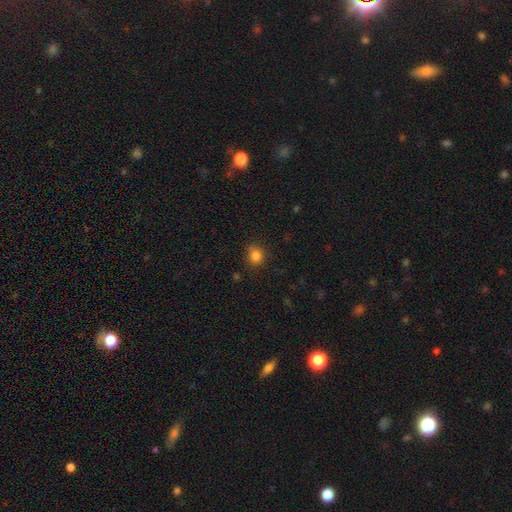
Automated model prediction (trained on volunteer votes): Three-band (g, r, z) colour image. It shows a smooth galaxy with no disk features (83%) that is round (78%). Merging: none (79%).